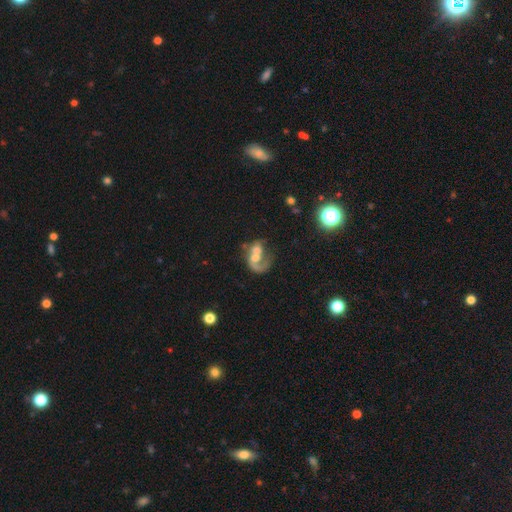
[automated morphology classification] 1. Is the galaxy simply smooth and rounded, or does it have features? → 66% featured or disk, 25% smooth, 9% star or artifact.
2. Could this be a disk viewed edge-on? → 97% no, 3% yes.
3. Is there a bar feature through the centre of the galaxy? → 72% no, 23% weak, 5% strong.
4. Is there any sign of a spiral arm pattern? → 71% yes, 29% no.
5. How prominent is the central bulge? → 53% moderate, 21% small, 14% large, 9% none, 3% dominant.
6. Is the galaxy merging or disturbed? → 54% merger, 20% major disturbance, 18% none, 9% minor disturbance.